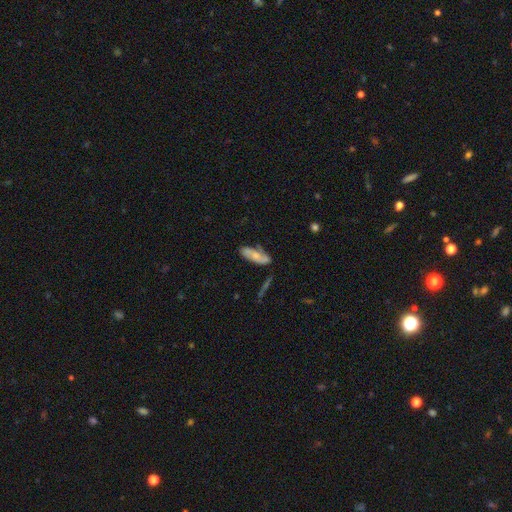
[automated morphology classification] Overall: smooth (57%; featured or disk 36%). How rounded: in between (61%; cigar-shaped 36%). Merging: none (62%; minor disturbance 25%).